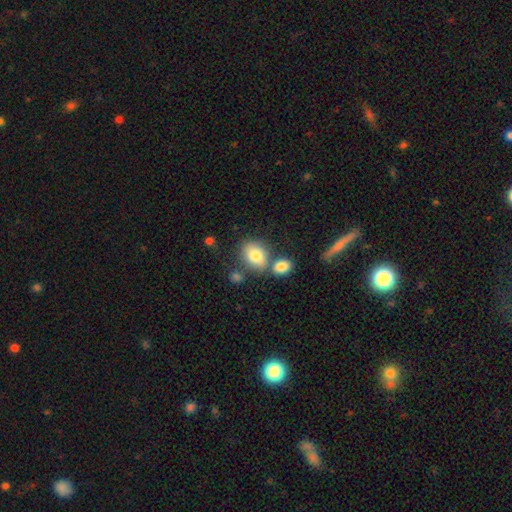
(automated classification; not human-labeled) smooth 80%, featured or disk 11%, star or artifact 8%. Down the decision tree: how rounded — in between (64%); merging — none (56%).